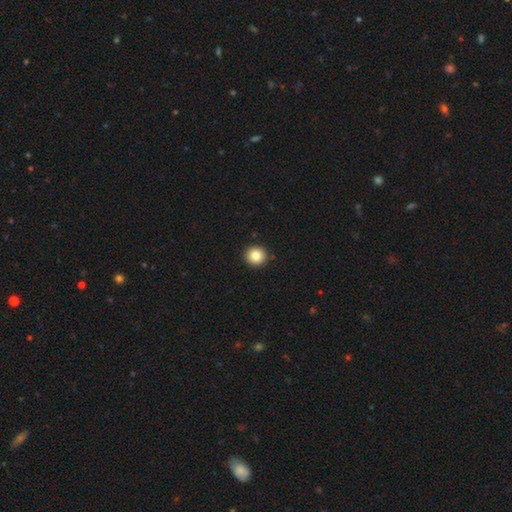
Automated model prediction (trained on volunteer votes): Smooth or featured? Predicted: smooth (p=0.83). How rounded? Predicted: round (p=0.94). Merging? Predicted: none (p=0.93).